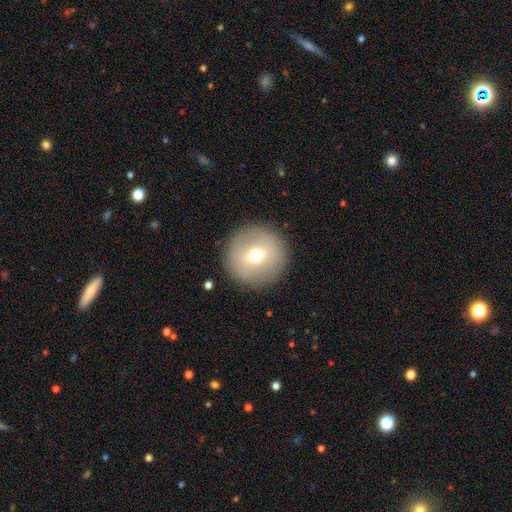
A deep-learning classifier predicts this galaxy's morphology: Smooth or featured?
  - smooth: 60% *
  - featured or disk: 29%
  - star or artifact: 10%
How rounded?
  - round: 96% *
  - in between: 3%
  - cigar-shaped: 1%
Merging?
  - none: 91% *
  - minor disturbance: 5%
  - major disturbance: 2%
  - merger: 1%